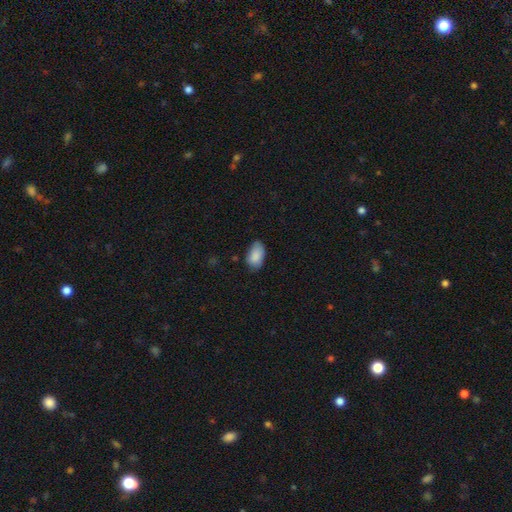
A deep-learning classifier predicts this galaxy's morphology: Smooth or featured? Predicted: smooth (p=0.87). How rounded? Predicted: in between (p=0.93). Merging? Predicted: none (p=0.70).